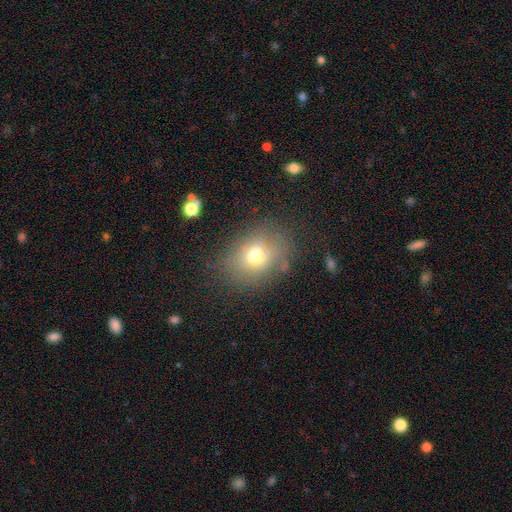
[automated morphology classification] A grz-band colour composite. It shows a smooth galaxy with no disk features (70%) that is in between round and cigar-shaped (50%). Merging: none (73%).